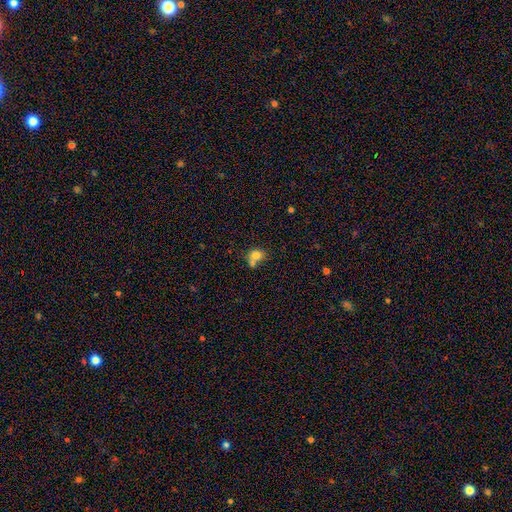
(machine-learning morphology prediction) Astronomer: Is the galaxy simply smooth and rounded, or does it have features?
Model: smooth — 77%.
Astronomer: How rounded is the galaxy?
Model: round — 66%.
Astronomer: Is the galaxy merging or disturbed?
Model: merger — 45% (runner-up: none, 35%).